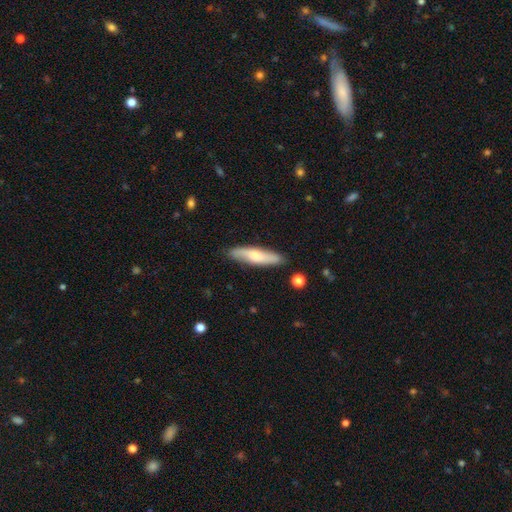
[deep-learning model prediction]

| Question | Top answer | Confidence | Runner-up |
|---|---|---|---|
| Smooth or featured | smooth | 58% | featured or disk (36%) |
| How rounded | cigar-shaped | 74% | in between (24%) |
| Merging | none | 87% | minor disturbance (10%) |